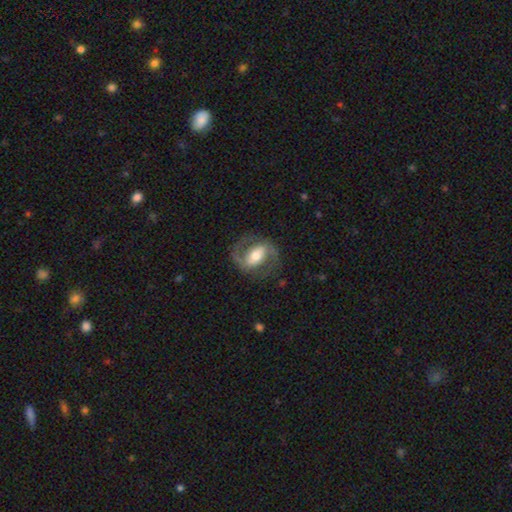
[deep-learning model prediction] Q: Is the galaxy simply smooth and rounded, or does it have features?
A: featured or disk — 80%.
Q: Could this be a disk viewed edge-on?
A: no — 96%.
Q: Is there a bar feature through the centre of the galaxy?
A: strong — 47%.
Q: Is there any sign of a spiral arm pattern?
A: yes — 90%.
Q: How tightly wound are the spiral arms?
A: medium — 55%.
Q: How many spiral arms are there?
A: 2 — 90%.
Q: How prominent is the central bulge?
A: moderate — 60%.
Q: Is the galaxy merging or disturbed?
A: none — 77%.